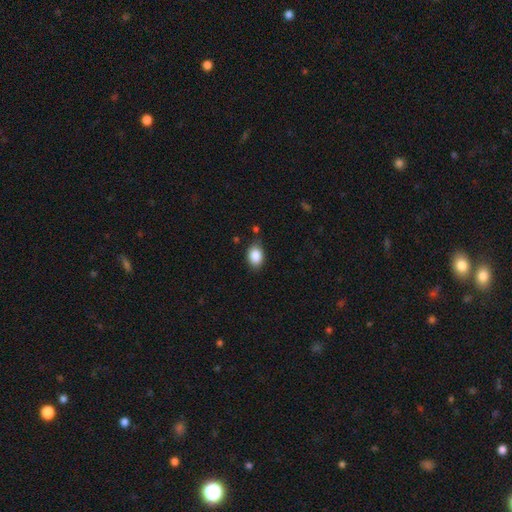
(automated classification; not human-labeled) Smooth or featured: smooth — 87% (star or artifact — 8%)
How rounded: in between — 78% (round — 20%)
Merging: none — 78% (minor disturbance — 16%)